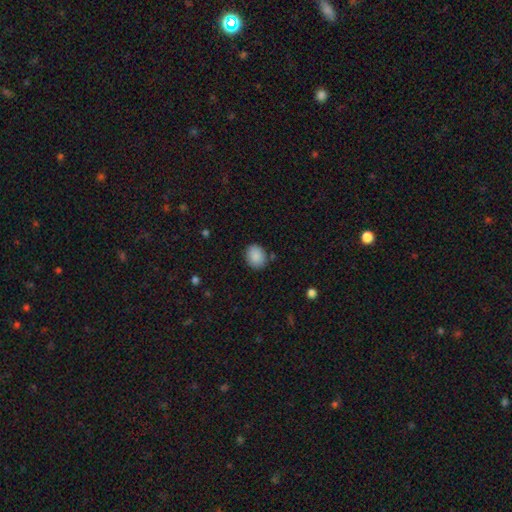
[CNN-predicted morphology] The model was most divided on "how rounded": round: 51%, in between: 48%, cigar-shaped: 1%. More confident: smooth or featured — smooth (88%); merging — none (85%).